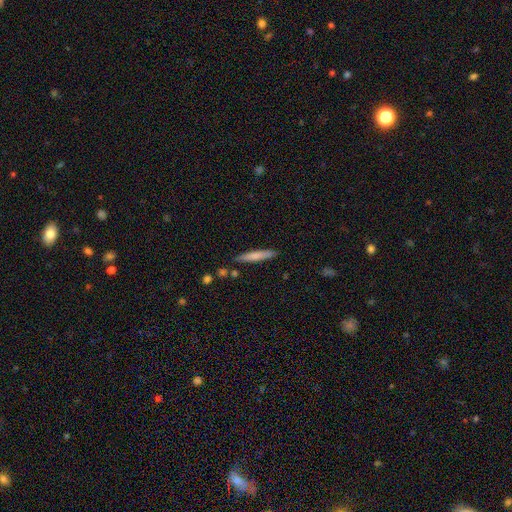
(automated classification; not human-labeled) A smooth galaxy with no disk features (69%) that is cigar-shaped (94%). Merging: none (85%).